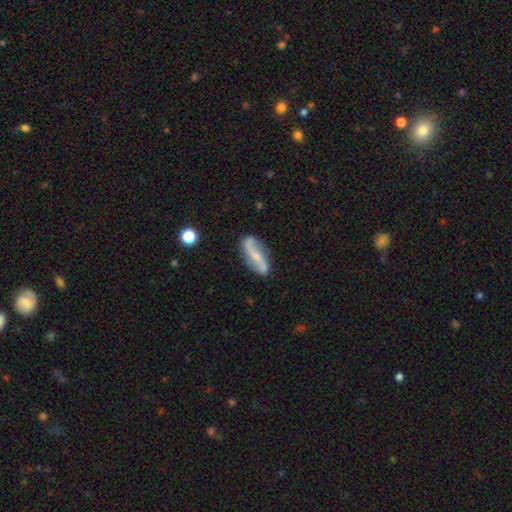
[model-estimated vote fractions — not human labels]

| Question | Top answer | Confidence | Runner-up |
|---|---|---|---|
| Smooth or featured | featured or disk | 72% | smooth (22%) |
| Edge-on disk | no | 90% | yes (10%) |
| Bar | strong | 39% | weak (33%) |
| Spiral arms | yes | 90% | no (10%) |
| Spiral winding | loose | 71% | medium (20%) |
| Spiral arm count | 2 | 91% | can't tell (4%) |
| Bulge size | small | 48% | moderate (26%) |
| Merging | none | 77% | minor disturbance (15%) |